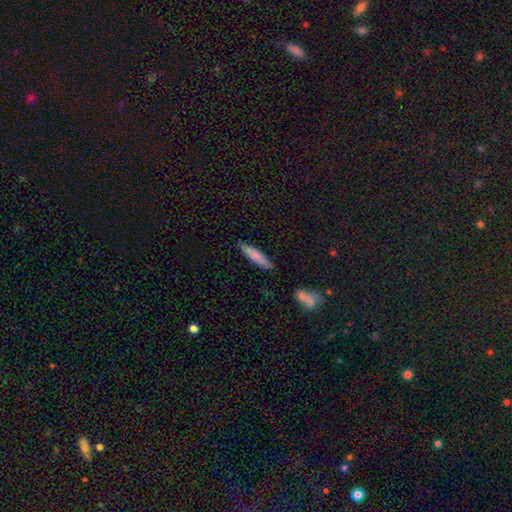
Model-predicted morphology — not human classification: Smooth or featured? smooth (79%)
How rounded? cigar-shaped (86%)
Merging? none (86%)